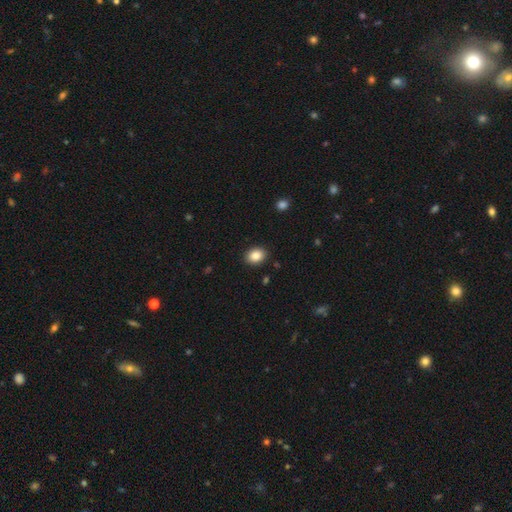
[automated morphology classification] A smooth galaxy with no disk features (87%) that is in between round and cigar-shaped (58%). Merging: none (90%).